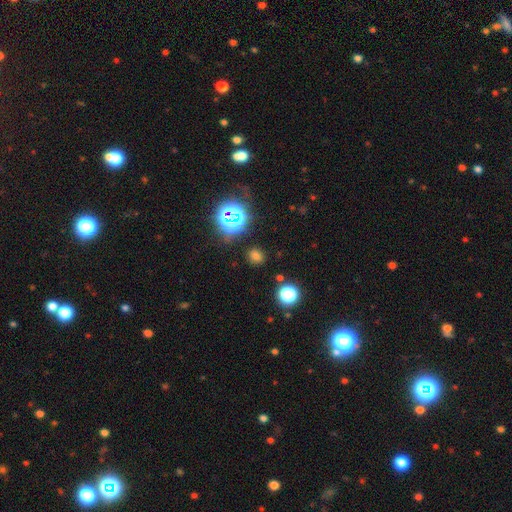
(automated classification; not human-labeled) smooth-or-featured: smooth: 66% | star or artifact: 29% | featured or disk: 6%
  how-rounded: round: 71% | in between: 28% | cigar-shaped: 1%
  merging: none: 85% | minor disturbance: 9% | major disturbance: 3% | merger: 2%